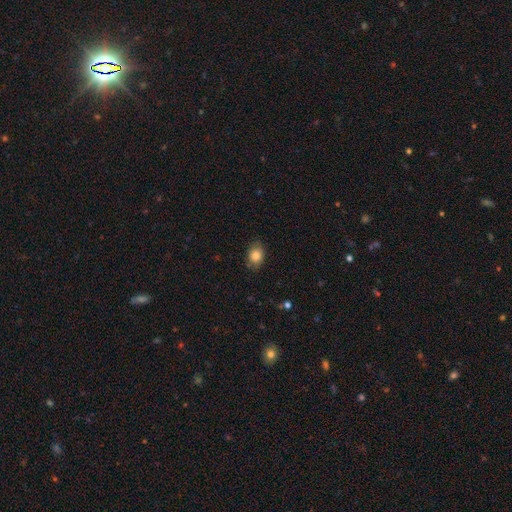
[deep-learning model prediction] The model was most divided on "how rounded": in between: 66%, round: 33%, cigar-shaped: 1%. More confident: smooth or featured — smooth (83%); merging — none (80%).